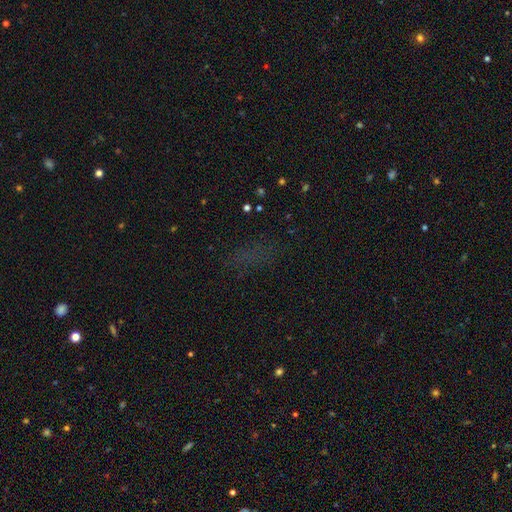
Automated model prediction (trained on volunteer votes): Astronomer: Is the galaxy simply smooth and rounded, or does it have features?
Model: star or artifact — 58%.